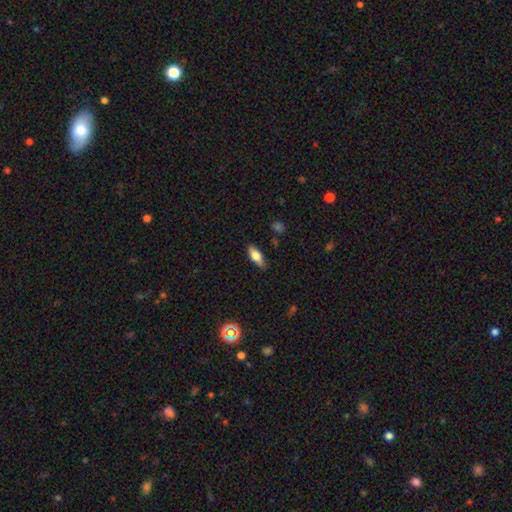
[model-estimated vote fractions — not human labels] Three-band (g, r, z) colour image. It shows a smooth galaxy with no disk features (70%) that is in between round and cigar-shaped (70%). Merging: none (83%).